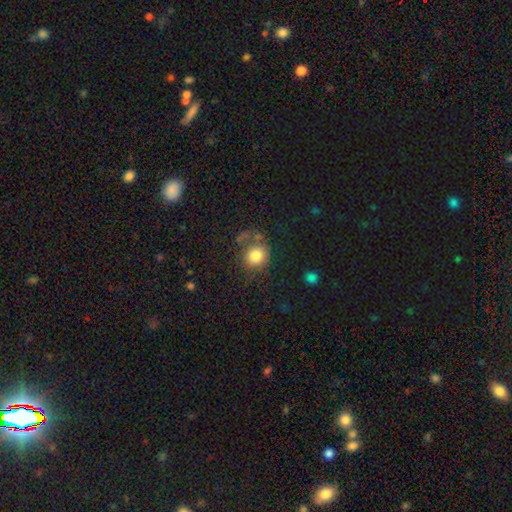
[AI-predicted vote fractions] smooth 79%, featured or disk 11%, star or artifact 10%. Down the decision tree: how rounded — round (80%); merging — none (61%).